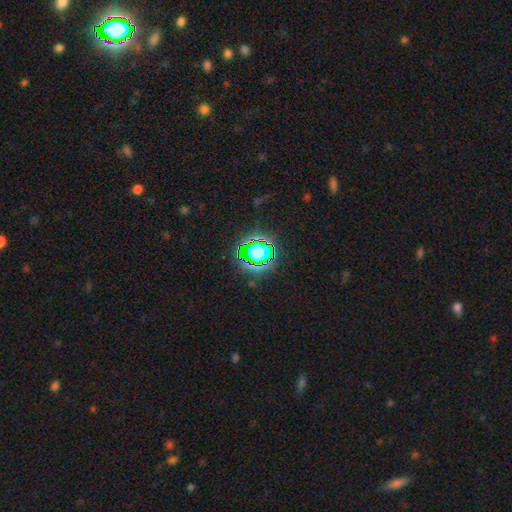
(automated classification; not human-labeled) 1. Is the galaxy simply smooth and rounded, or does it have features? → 66% star or artifact, 21% smooth, 13% featured or disk.